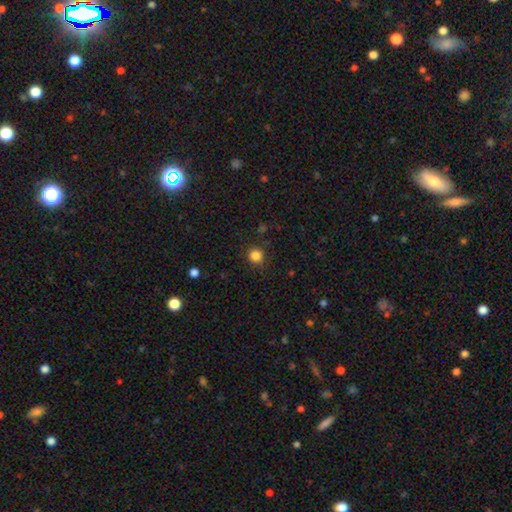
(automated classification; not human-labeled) Smooth or featured? smooth (84%)
How rounded? round (91%)
Merging? none (89%)